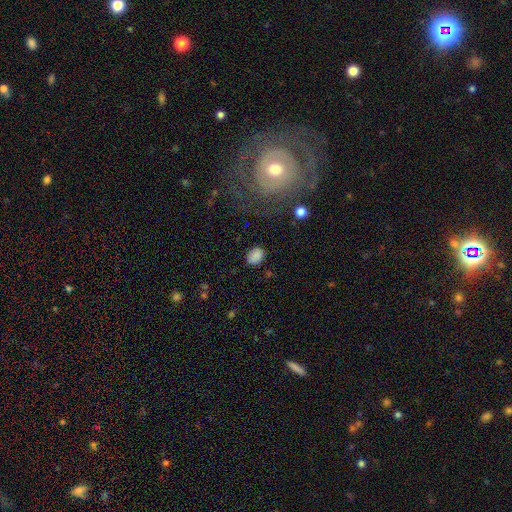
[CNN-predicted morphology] type=smooth (83%); roundness=in between (66%); merging=none (79%).